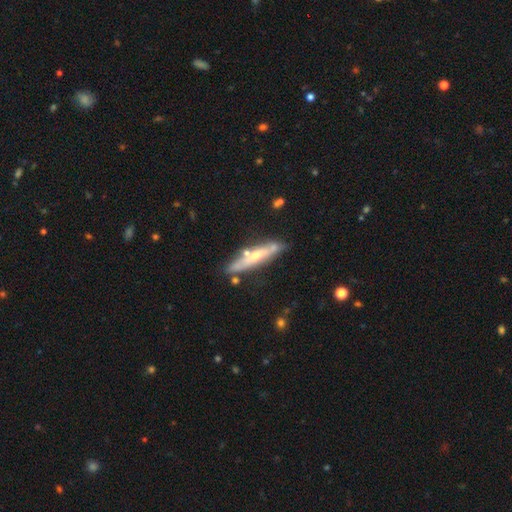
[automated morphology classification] Smooth or featured?
  - featured or disk: 63% *
  - smooth: 31%
  - star or artifact: 7%
Edge-on disk?
  - yes: 78% *
  - no: 22%
Merging?
  - none: 68% *
  - minor disturbance: 18%
  - merger: 9%
  - major disturbance: 5%